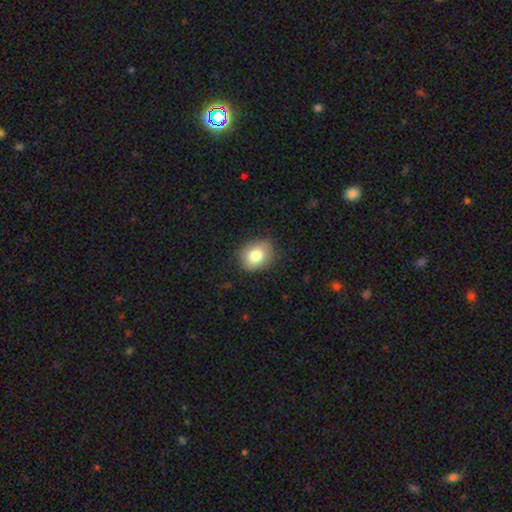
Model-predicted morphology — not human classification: smooth 82%, featured or disk 9%, star or artifact 8%. Down the decision tree: how rounded — in between (51%); merging — none (85%).